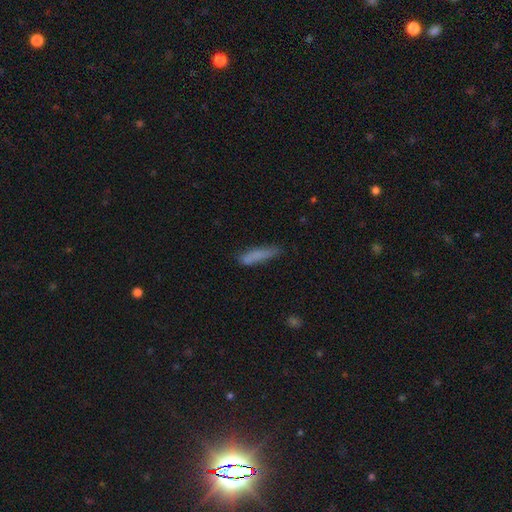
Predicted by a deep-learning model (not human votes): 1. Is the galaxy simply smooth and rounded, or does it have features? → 78% smooth, 14% featured or disk, 8% star or artifact.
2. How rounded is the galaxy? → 80% cigar-shaped, 18% in between, 2% round.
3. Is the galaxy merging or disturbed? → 67% none, 24% minor disturbance, 6% major disturbance, 3% merger.